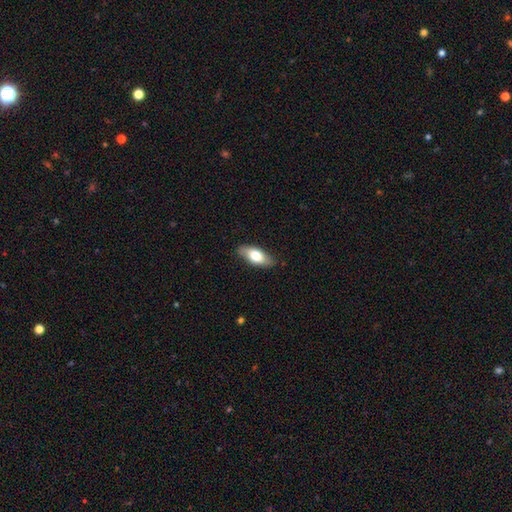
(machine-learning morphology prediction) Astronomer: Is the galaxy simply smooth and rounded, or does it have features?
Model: smooth — 70%.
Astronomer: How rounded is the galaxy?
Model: in between — 83%.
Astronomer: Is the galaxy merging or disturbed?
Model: none — 84%.